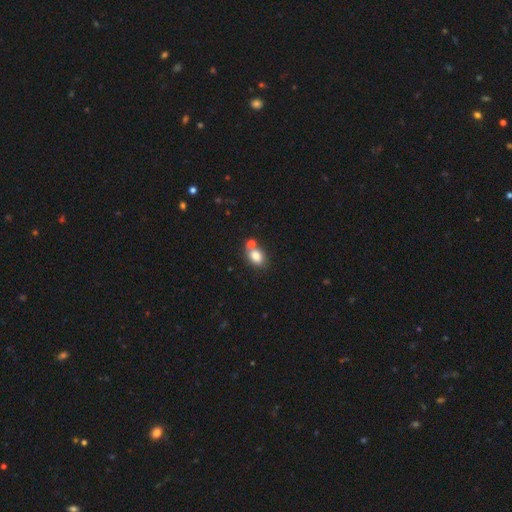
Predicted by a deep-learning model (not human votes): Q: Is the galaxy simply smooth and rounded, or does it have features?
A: smooth — 81%.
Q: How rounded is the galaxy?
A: in between — 75%.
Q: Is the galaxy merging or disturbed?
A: none — 57%.